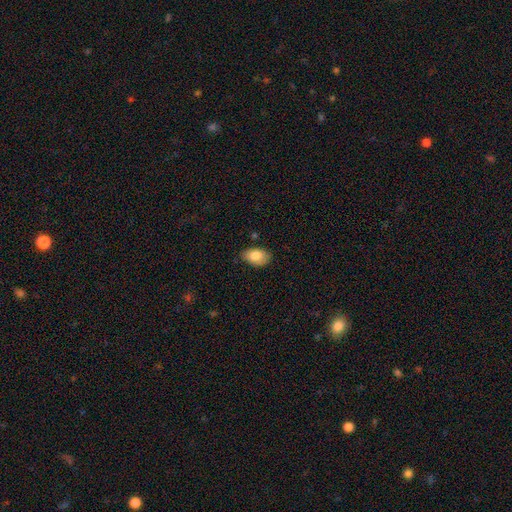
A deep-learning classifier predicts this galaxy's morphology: This appears to be a smooth galaxy with no disk features (83%) that is in between round and cigar-shaped (90%). Merging: none (76%).